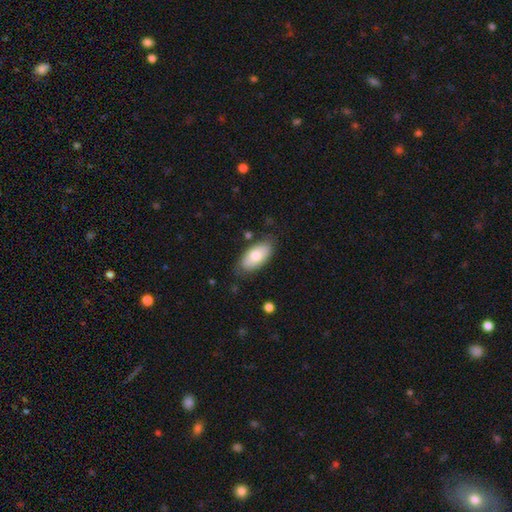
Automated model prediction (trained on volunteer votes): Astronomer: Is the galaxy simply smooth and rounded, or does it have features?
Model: smooth — 77%.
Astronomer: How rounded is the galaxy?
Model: in between — 92%.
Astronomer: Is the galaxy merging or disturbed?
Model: none — 77%.